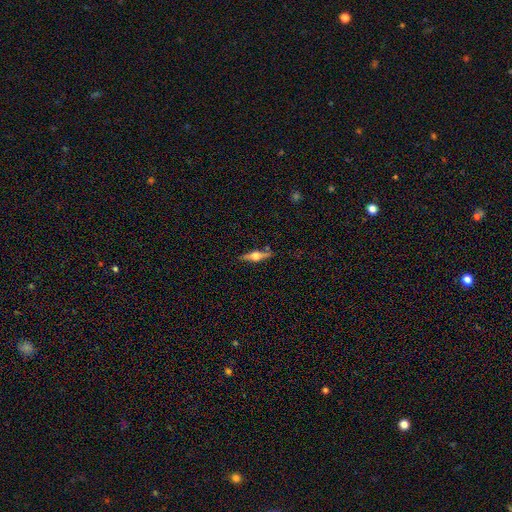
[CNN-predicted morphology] Q: Smooth or featured?
A: featured or disk (66%); runner-up: smooth (28%)
Q: Edge-on disk?
A: yes (96%); runner-up: no (4%)
Q: Edge-on bulge?
A: rounded (93%); runner-up: boxy (5%)
Q: Merging?
A: none (84%); runner-up: minor disturbance (11%)